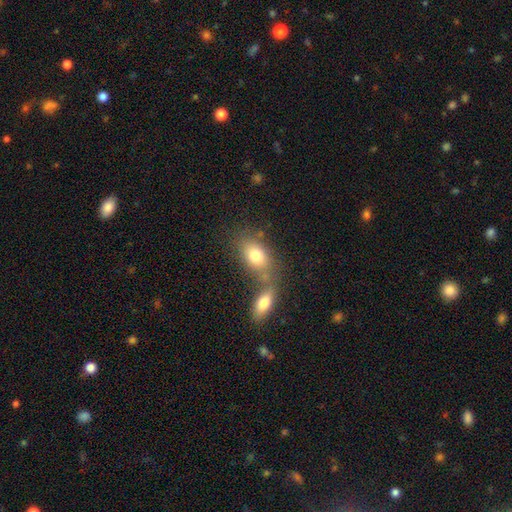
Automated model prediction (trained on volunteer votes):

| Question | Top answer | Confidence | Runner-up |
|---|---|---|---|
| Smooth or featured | smooth | 77% | featured or disk (14%) |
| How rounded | in between | 82% | round (15%) |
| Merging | merger | 48% | none (37%) |